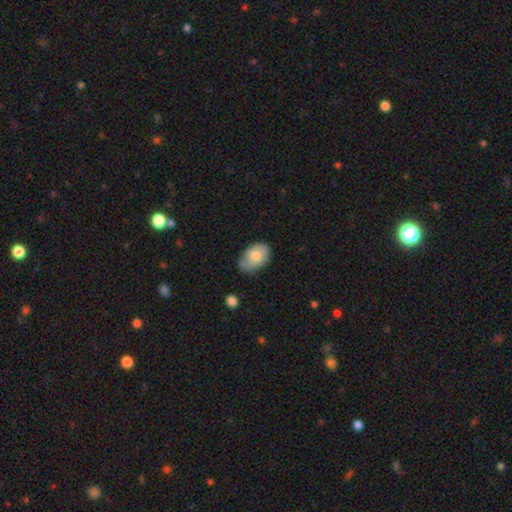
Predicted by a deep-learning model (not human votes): Smooth or featured?
  - smooth: 70% *
  - featured or disk: 24%
  - star or artifact: 7%
How rounded?
  - in between: 86% *
  - round: 13%
  - cigar-shaped: 1%
Merging?
  - none: 56% *
  - minor disturbance: 35%
  - major disturbance: 6%
  - merger: 3%